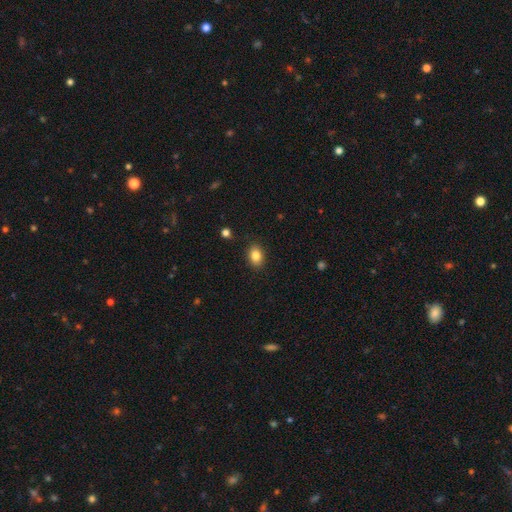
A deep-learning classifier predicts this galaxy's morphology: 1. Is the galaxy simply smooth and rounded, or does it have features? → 84% smooth, 9% star or artifact, 7% featured or disk.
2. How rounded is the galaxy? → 71% in between, 28% round, 1% cigar-shaped.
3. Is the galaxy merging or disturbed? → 87% none, 9% minor disturbance, 2% major disturbance, 1% merger.